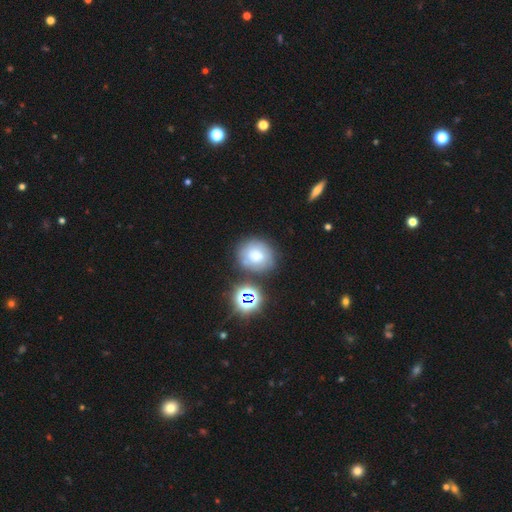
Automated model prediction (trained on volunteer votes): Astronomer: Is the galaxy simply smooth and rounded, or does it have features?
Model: smooth — 62%.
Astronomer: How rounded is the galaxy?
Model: round — 74%.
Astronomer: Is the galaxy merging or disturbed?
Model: none — 64%.